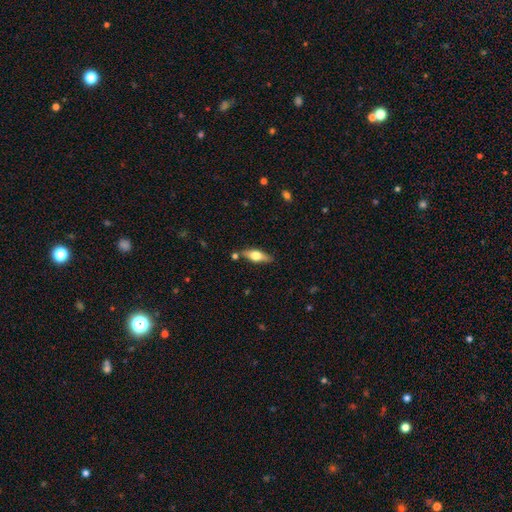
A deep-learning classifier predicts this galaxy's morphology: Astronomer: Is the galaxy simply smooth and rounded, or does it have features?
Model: smooth — 49% (runner-up: featured or disk, 45%).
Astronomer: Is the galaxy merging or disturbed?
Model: none — 80%.